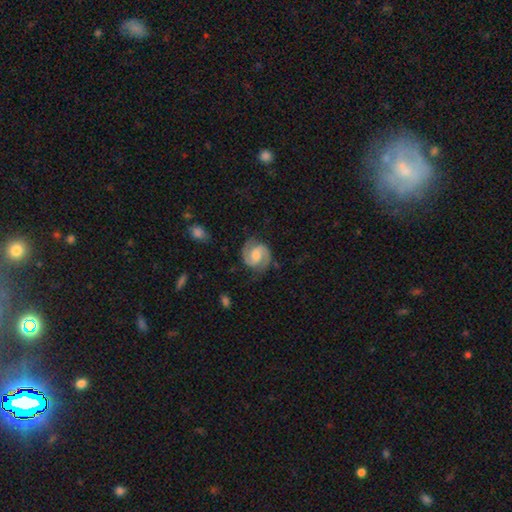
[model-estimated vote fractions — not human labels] This is clearly a featured or disk galaxy (85%). It is clearly not viewed edge-on (98%). Bar: marginally no (44%, tied with weak). Spiral arm pattern: clearly yes (97%). Spiral arm count: clearly 2 (93%). Spiral winding: possibly medium (52%). Central bulge: likely moderate (61%). Merging: likely none (80%).